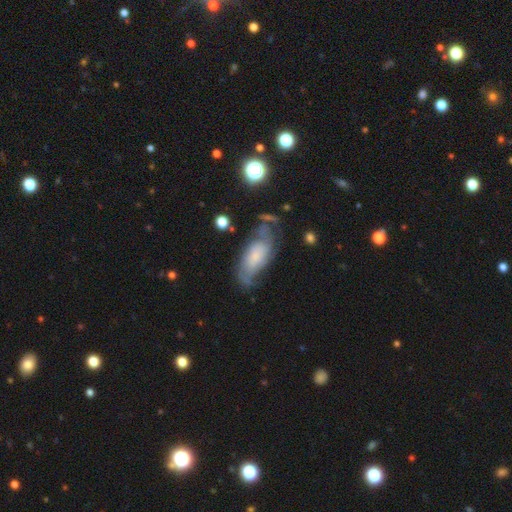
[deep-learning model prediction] Smooth or featured? featured or disk (62%)
Edge-on disk? no (91%)
Bar? no (68%)
Spiral arms? yes (86%)
Bulge size? small (46%)
Merging? none (52%)